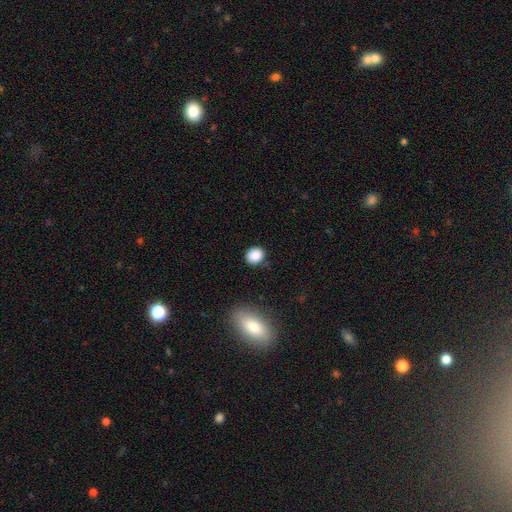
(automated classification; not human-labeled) This appears to be a smooth galaxy with no disk features (87%) that is round (70%). Merging: none (82%).